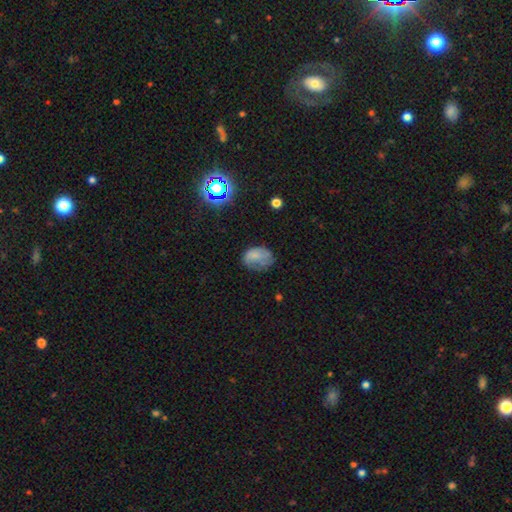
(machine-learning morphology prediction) The model was most divided on "merging": none: 45%, minor disturbance: 32%, major disturbance: 21%, merger: 2%. More confident: how rounded — in between (71%); smooth or featured — smooth (65%).